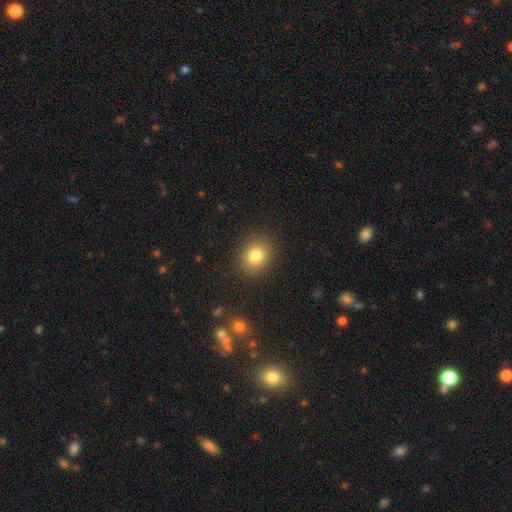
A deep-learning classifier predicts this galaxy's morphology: type=smooth (81%); roundness=round (62%); merging=none (87%).